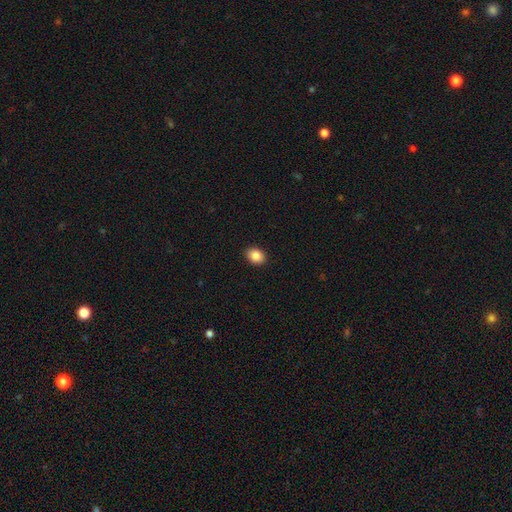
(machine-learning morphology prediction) This appears to be a smooth galaxy with no disk features (87%) that is in between round and cigar-shaped (64%). Merging: none (91%).